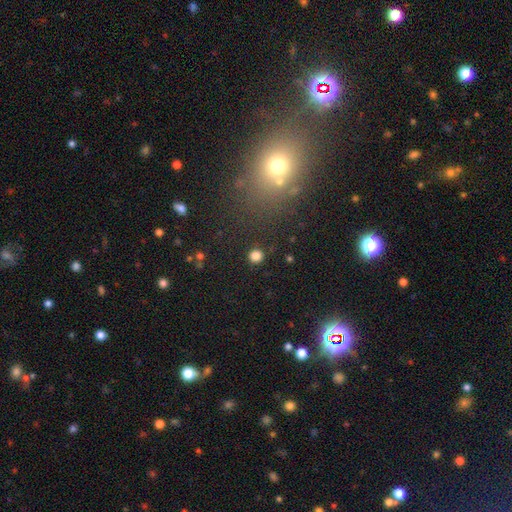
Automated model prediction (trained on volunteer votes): Morphology: type=smooth (83%); roundness=round (93%); merging=none (91%).